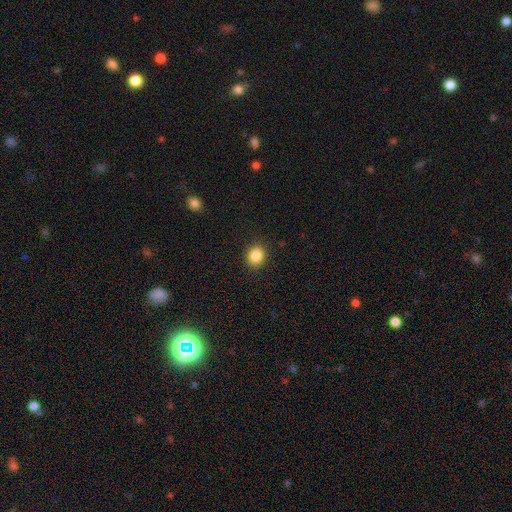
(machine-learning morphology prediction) smooth 86%, star or artifact 10%, featured or disk 4%. Down the decision tree: how rounded — round (70%); merging — none (90%).